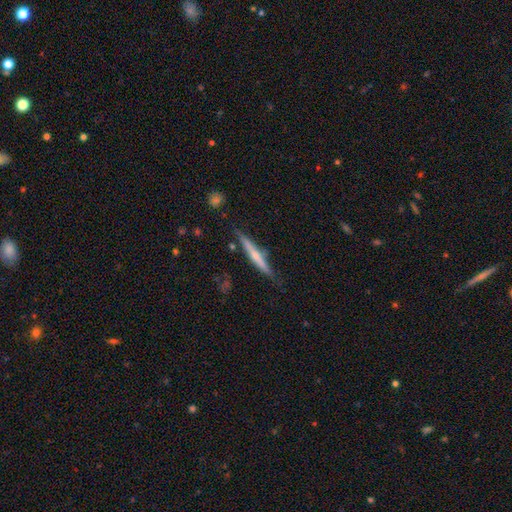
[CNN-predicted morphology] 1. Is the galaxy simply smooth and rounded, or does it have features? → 55% featured or disk, 38% smooth, 6% star or artifact.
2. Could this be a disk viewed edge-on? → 96% yes, 4% no.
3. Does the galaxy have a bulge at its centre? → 56% rounded, 37% none, 8% boxy.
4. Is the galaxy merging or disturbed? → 81% none, 14% minor disturbance, 3% merger, 3% major disturbance.